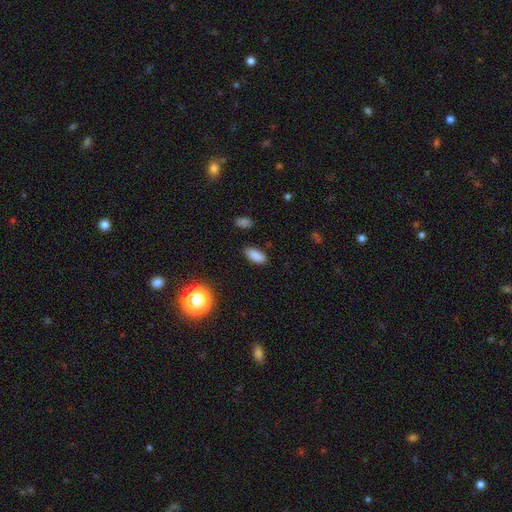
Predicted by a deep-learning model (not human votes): Smooth or featured? Predicted: smooth (p=0.85). How rounded? Predicted: in between (p=0.88). Merging? Predicted: none (p=0.87).